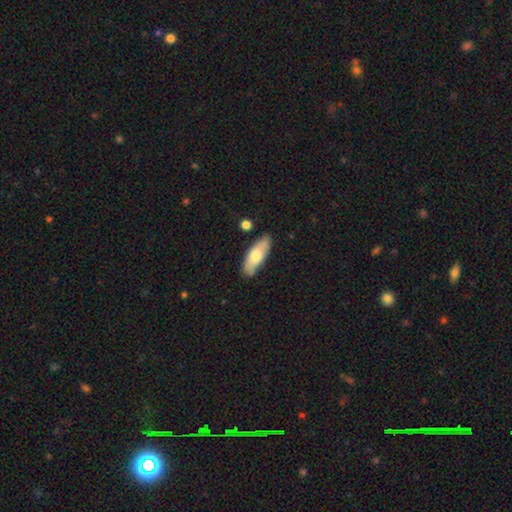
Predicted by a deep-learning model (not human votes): smooth-or-featured: smooth: 69% | featured or disk: 25% | star or artifact: 5%
  how-rounded: in between: 66% | cigar-shaped: 32% | round: 2%
  merging: none: 81% | minor disturbance: 13% | merger: 3% | major disturbance: 3%